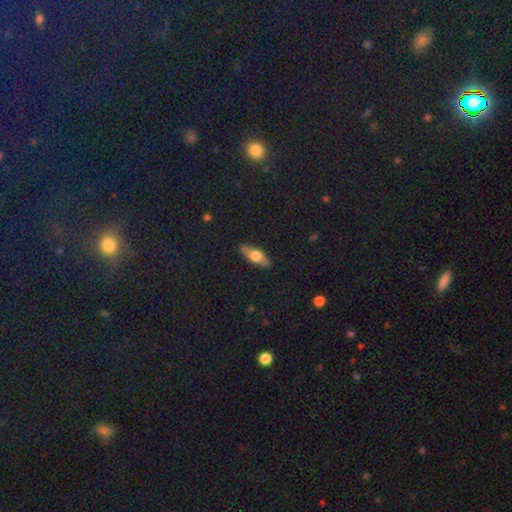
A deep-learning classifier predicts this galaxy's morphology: Overall: featured or disk (48%; smooth 44%). Merging: none (85%).